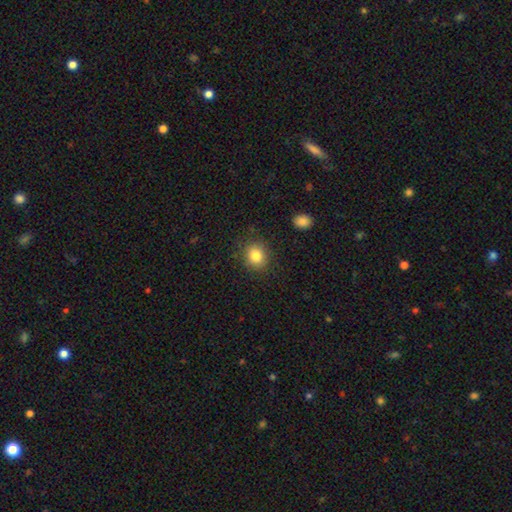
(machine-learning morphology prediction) A smooth galaxy with no disk features (83%) that is round (73%).

Vote fractions:
- Smooth or featured? smooth: 83% / star or artifact: 10% / featured or disk: 7%
- How rounded? round: 73% / in between: 26% / cigar-shaped: 1%
- Merging? none: 86% / minor disturbance: 9% / major disturbance: 3% / merger: 1%